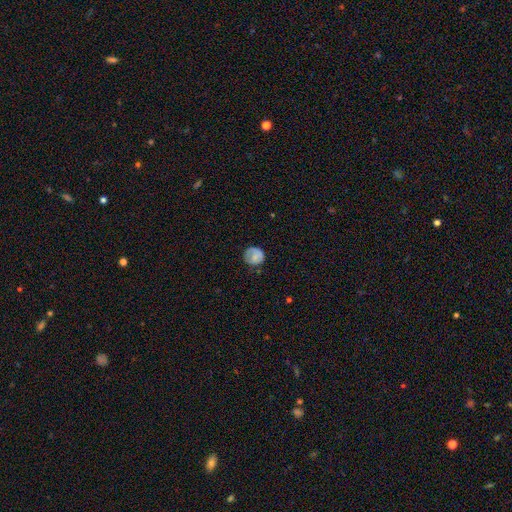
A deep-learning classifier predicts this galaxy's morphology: This is likely a smooth galaxy (67%). How rounded: clearly round (84%). Merging: likely none (68%).